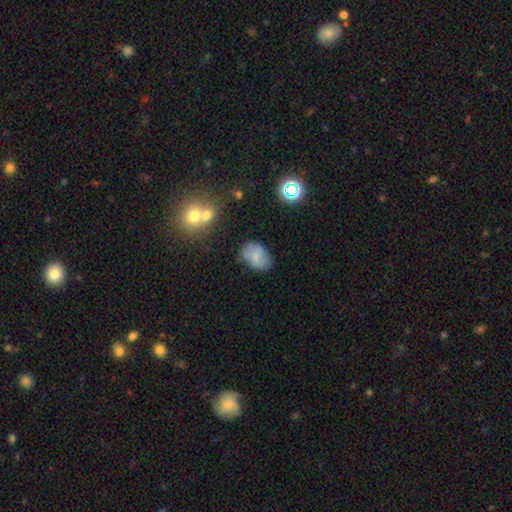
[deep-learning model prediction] smooth-or-featured: smooth: 68% | featured or disk: 21% | star or artifact: 11%
  how-rounded: in between: 85% | round: 14% | cigar-shaped: 1%
  merging: none: 66% | minor disturbance: 23% | major disturbance: 7% | merger: 5%